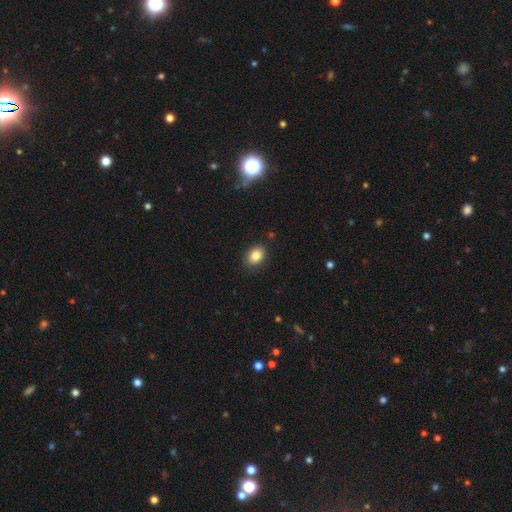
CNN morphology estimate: Smooth or featured? smooth (84%)
How rounded? in between (67%)
Merging? none (86%)